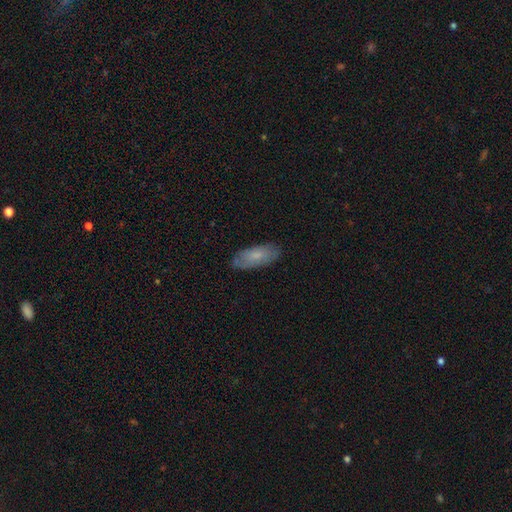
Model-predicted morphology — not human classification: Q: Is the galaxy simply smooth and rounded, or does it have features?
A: smooth — 73%.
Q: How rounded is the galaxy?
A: in between — 77%.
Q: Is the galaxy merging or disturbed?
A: none — 82%.